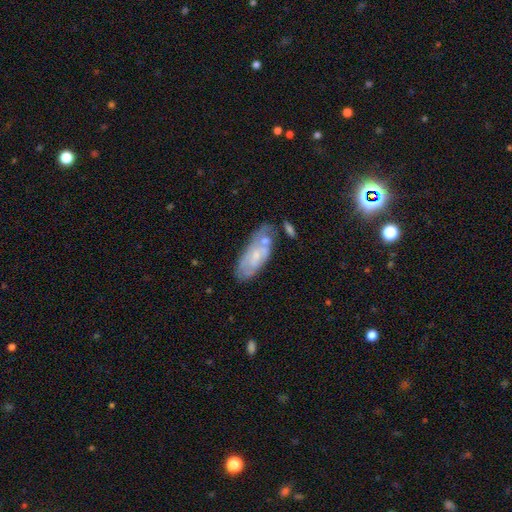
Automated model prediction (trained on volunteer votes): featured or disk 49%, smooth 44%, star or artifact 7%. Down the decision tree: merging — none (45%).